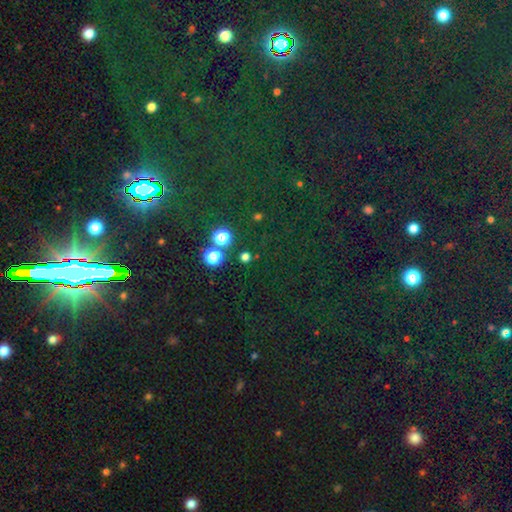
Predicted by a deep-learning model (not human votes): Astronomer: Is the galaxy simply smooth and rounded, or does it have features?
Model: star or artifact — 81%.